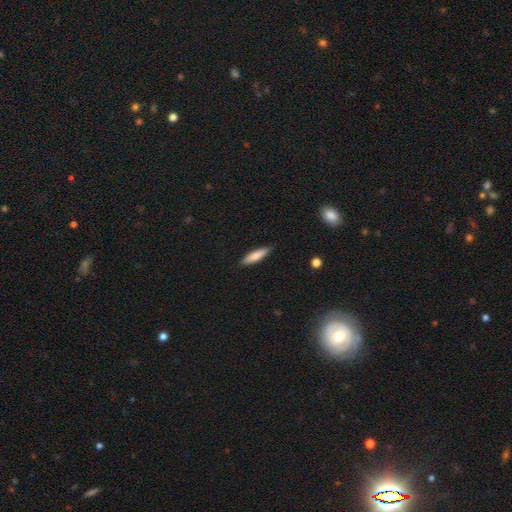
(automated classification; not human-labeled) Smooth or featured?
  - smooth: 78% *
  - featured or disk: 17%
  - star or artifact: 6%
How rounded?
  - cigar-shaped: 77% *
  - in between: 22%
  - round: 1%
Merging?
  - none: 86% *
  - minor disturbance: 11%
  - major disturbance: 2%
  - merger: 1%